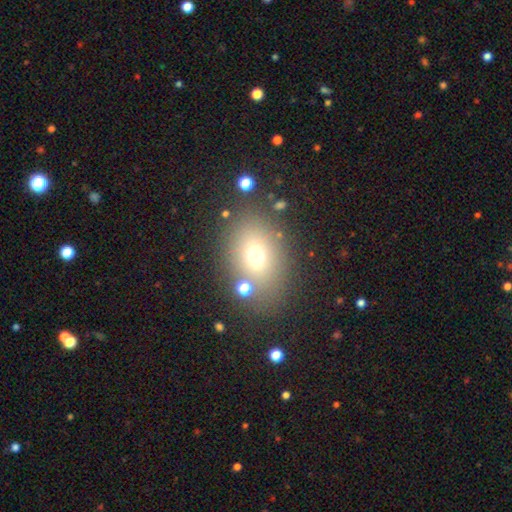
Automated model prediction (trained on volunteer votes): Smooth or featured: smooth — 67% (star or artifact — 17%)
How rounded: in between — 68% (round — 30%)
Merging: none — 78% (minor disturbance — 11%)